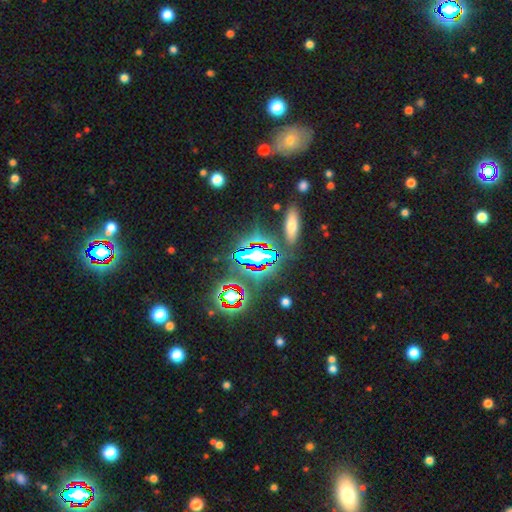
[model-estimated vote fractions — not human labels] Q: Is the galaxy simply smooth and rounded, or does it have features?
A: star or artifact — 68%.